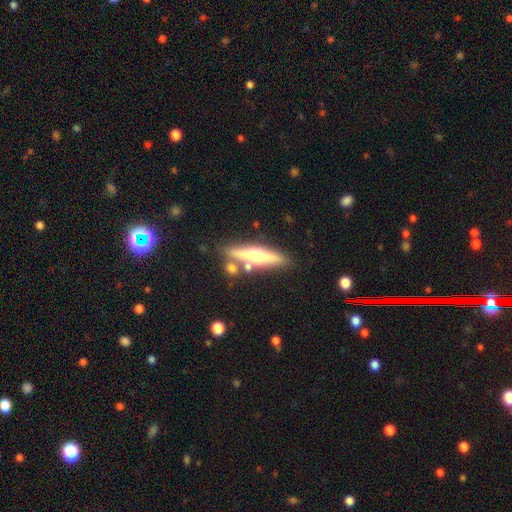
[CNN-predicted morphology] Smooth or featured? featured or disk (60%)
Edge-on disk? yes (94%)
Edge-on bulge? rounded (90%)
Merging? none (75%)